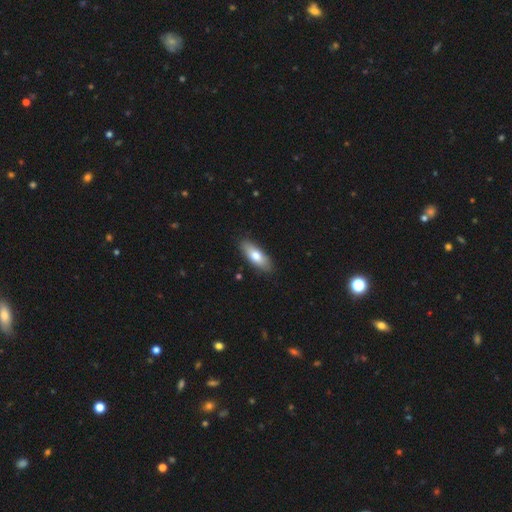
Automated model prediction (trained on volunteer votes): A smooth galaxy with no disk features (75%) that is in between round and cigar-shaped (70%). Merging: none (87%).